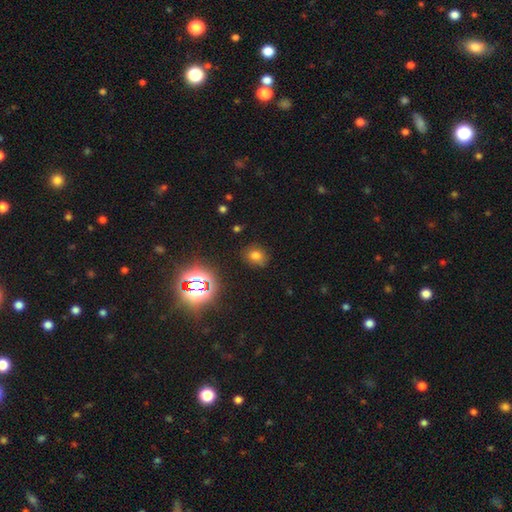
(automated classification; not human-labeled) A smooth galaxy with no disk features (70%) that is round (55%).

Vote fractions:
- Smooth or featured? smooth: 70% / star or artifact: 22% / featured or disk: 8%
- How rounded? round: 55% / in between: 44% / cigar-shaped: 1%
- Merging? none: 82% / minor disturbance: 12% / major disturbance: 4% / merger: 2%